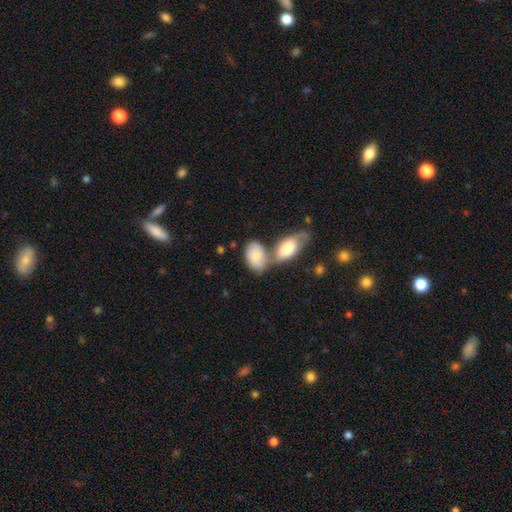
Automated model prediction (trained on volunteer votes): smooth-or-featured: smooth: 78% | featured or disk: 17% | star or artifact: 5%
  how-rounded: in between: 91% | round: 7% | cigar-shaped: 2%
  merging: merger: 54% | none: 29% | minor disturbance: 12% | major disturbance: 5%